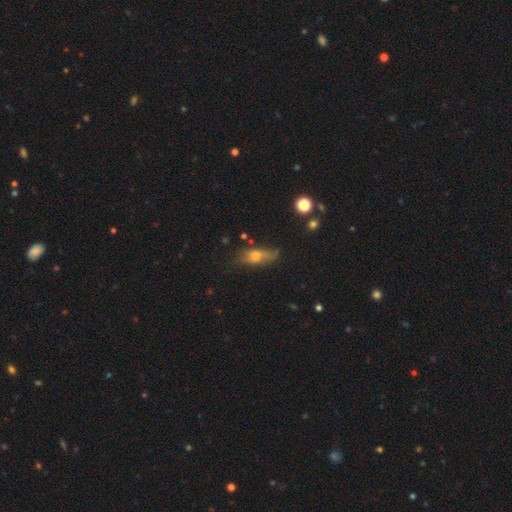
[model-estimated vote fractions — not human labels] A smooth galaxy with no disk features (53%) that is in between round and cigar-shaped (62%). Merging: none (59%).